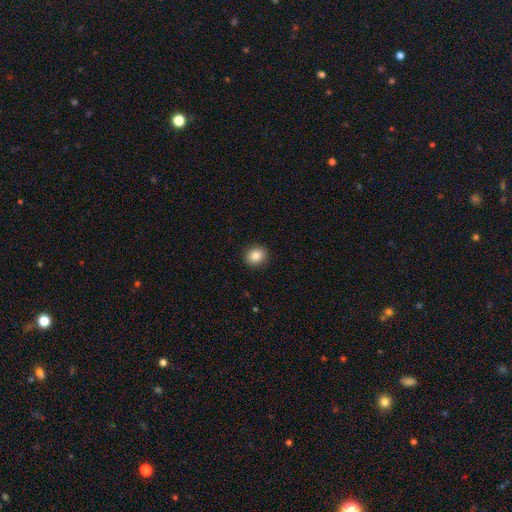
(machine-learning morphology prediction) This is clearly a smooth galaxy (84%). How rounded: likely round (71%). Merging: clearly none (91%).